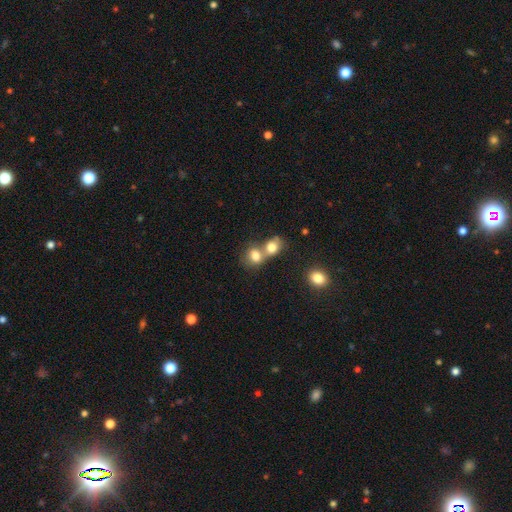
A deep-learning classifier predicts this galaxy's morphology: This appears to be a smooth galaxy with no disk features (78%) that is round (60%). Merging: merger (67%).